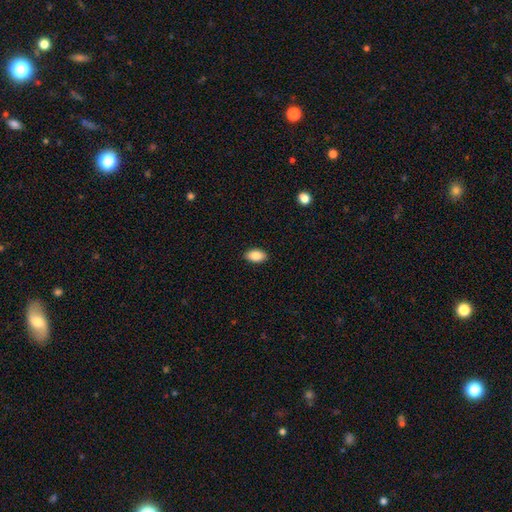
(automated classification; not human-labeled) smooth-or-featured: smooth: 88% | star or artifact: 7% | featured or disk: 5%
  how-rounded: in between: 93% | round: 4% | cigar-shaped: 2%
  merging: none: 89% | minor disturbance: 8% | major disturbance: 2% | merger: 1%